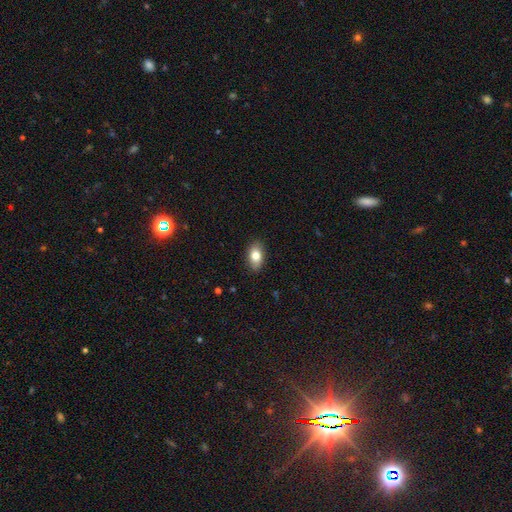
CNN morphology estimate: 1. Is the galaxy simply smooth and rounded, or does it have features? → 79% smooth, 13% featured or disk, 8% star or artifact.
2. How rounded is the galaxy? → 88% in between, 9% round, 2% cigar-shaped.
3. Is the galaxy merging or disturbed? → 88% none, 9% minor disturbance, 2% major disturbance, 1% merger.